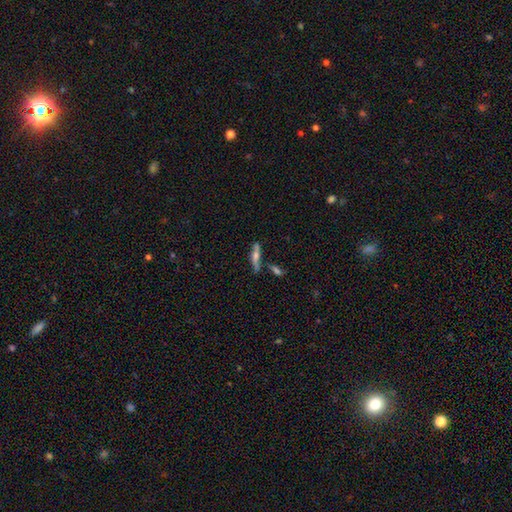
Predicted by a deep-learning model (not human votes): smooth_or_featured: featured or disk (p=0.55) [alt: smooth p=0.37]
disk_edge_on: yes (p=0.90) [alt: no p=0.10]
merging: none (p=0.61) [alt: merger p=0.17]